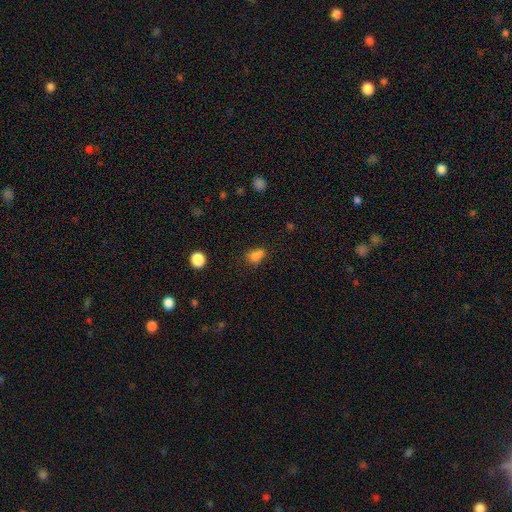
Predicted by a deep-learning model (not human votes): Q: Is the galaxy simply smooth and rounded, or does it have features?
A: smooth — 77%.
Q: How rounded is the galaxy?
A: in between — 55%.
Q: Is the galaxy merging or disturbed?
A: none — 44%.